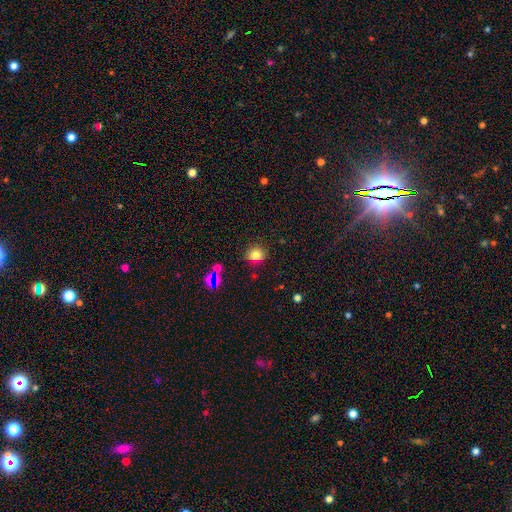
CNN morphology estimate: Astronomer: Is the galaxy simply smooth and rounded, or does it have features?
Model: smooth — 78%.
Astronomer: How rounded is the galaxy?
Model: round — 80%.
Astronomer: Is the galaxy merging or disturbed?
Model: none — 82%.